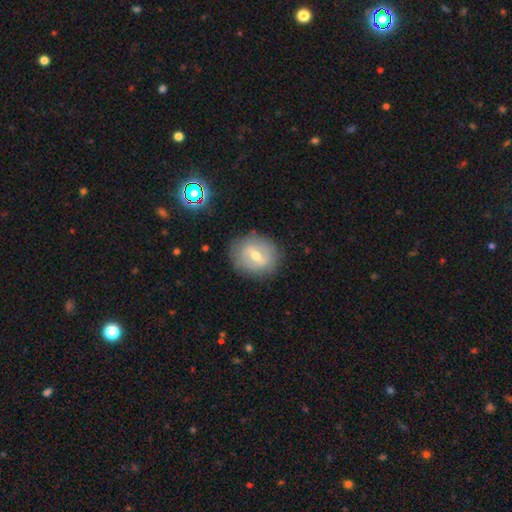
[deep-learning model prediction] smooth_or_featured: featured or disk (p=0.55) [alt: smooth p=0.37]
disk_edge_on: no (p=0.92) [alt: yes p=0.08]
bar: weak (p=0.47) [alt: strong p=0.35]
has_spiral_arms: no (p=0.67) [alt: yes p=0.33]
bulge_size: moderate (p=0.66) [alt: small p=0.28]
merging: none (p=0.81) [alt: minor disturbance p=0.13]